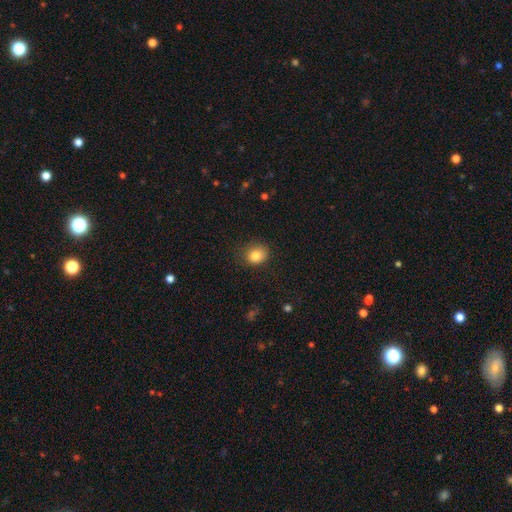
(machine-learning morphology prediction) This appears to be a smooth galaxy with no disk features (82%) that is round (65%). Merging: none (76%).